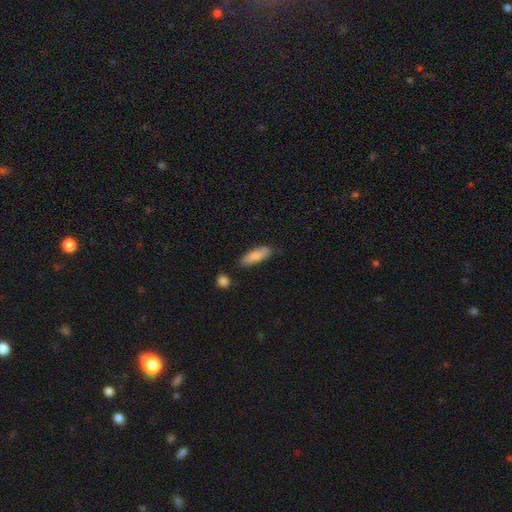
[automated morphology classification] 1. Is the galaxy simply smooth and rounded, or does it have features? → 84% smooth, 10% featured or disk, 6% star or artifact.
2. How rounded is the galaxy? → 62% in between, 36% cigar-shaped, 2% round.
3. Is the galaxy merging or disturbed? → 80% none, 14% minor disturbance, 3% merger, 3% major disturbance.